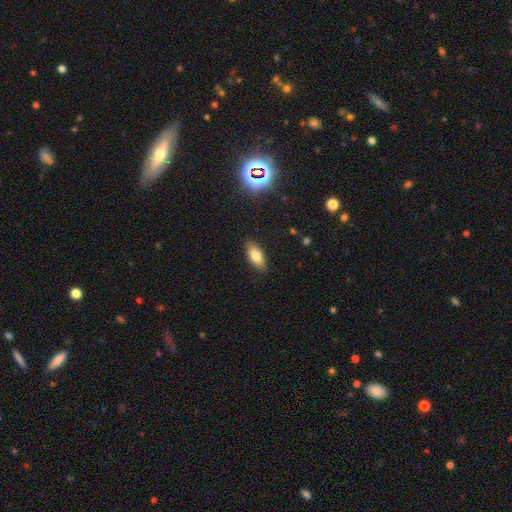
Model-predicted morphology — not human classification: Q: Smooth or featured?
A: smooth (82%); runner-up: featured or disk (9%)
Q: How rounded?
A: in between (85%); runner-up: cigar-shaped (13%)
Q: Merging?
A: none (86%); runner-up: minor disturbance (11%)